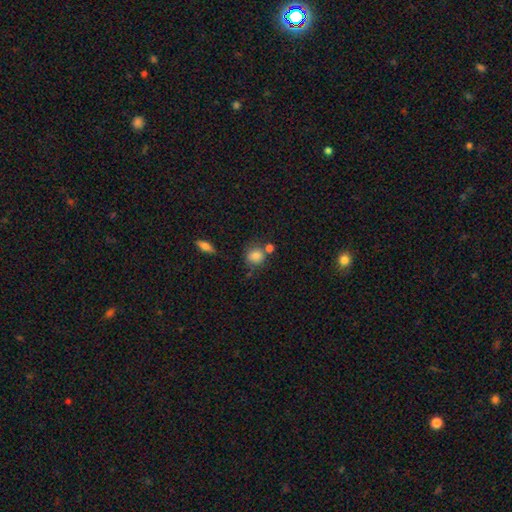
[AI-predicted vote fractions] Morphology: type=smooth (82%); roundness=round (80%); merging=none (63%).